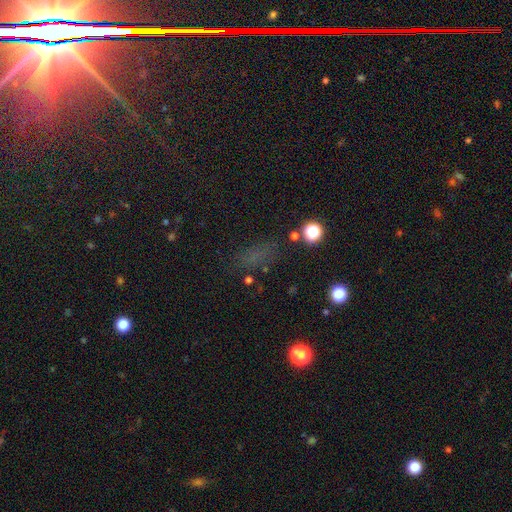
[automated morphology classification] This is possibly a smooth galaxy (50%). Merging: likely none (72%).